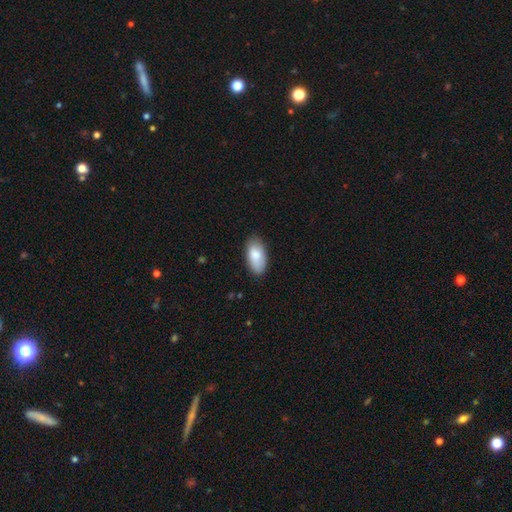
smooth-or-featured: smooth: 74% | featured or disk: 18% | star or artifact: 8%
  how-rounded: in between: 83% | cigar-shaped: 14% | round: 3%
  merging: none: 89% | major disturbance: 8% | minor disturbance: 3% | merger: 0%